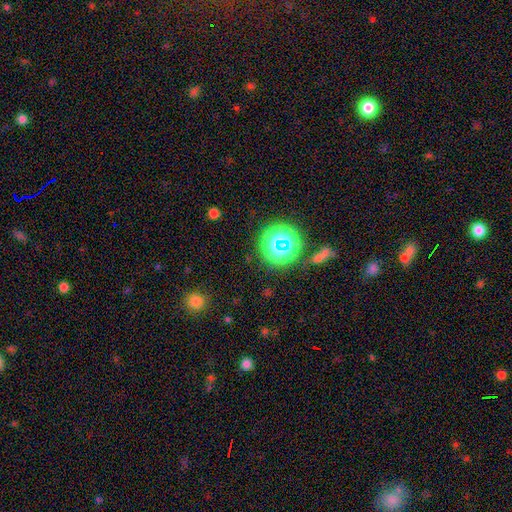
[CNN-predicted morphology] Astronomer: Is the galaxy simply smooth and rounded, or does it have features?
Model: star or artifact — 69%.